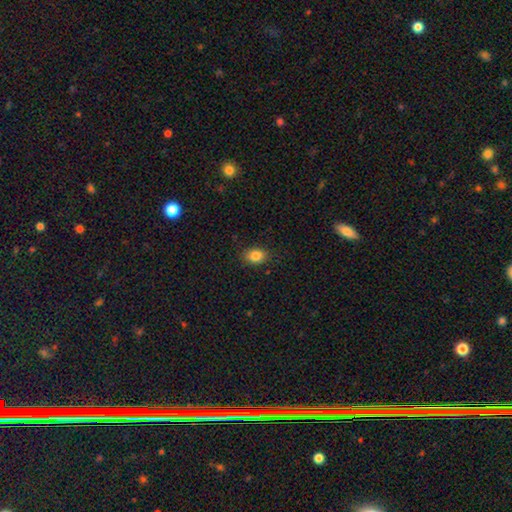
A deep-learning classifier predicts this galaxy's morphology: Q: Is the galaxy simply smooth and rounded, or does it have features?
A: smooth — 85%.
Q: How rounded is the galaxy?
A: in between — 76%.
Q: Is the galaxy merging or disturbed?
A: none — 85%.